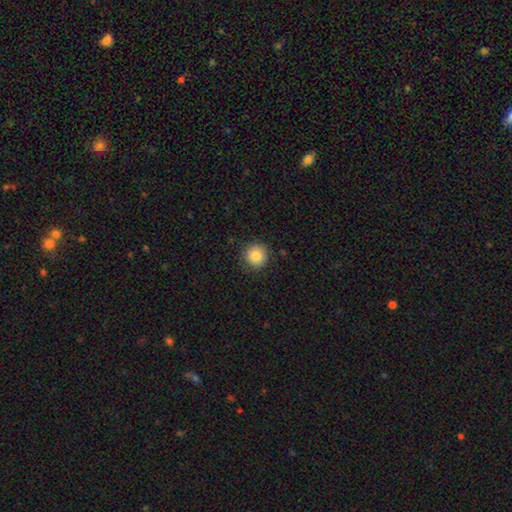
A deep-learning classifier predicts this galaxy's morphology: Smooth or featured? Predicted: smooth (p=0.85). How rounded? Predicted: round (p=0.95). Merging? Predicted: none (p=0.89).